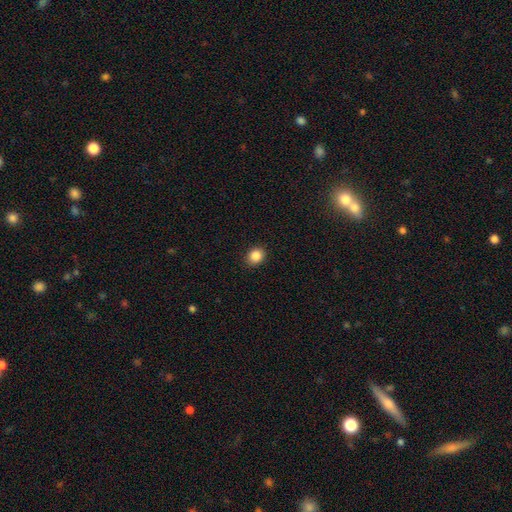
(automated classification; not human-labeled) A smooth galaxy with no disk features (86%) that is round (68%).

Vote fractions:
- Smooth or featured? smooth: 86% / star or artifact: 10% / featured or disk: 4%
- How rounded? round: 68% / in between: 31% / cigar-shaped: 1%
- Merging? none: 90% / minor disturbance: 7% / major disturbance: 2% / merger: 1%